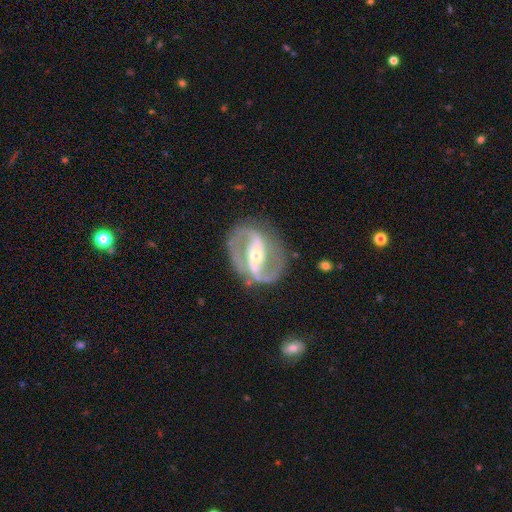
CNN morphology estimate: A featured or disk galaxy (89%) with a strong bar (47%), 2 (92%) medium (56%) spiral arms (94%) and a small central bulge (49%).

Vote fractions:
- Smooth or featured? featured or disk: 89% / smooth: 6% / star or artifact: 5%
- Edge-on disk? no: 96% / yes: 4%
- Bar? strong: 47% / weak: 28% / no: 25%
- Spiral arms? yes: 94% / no: 6%
- Spiral winding? medium: 56% / tight: 22% / loose: 22%
- Spiral arm count? 2: 92% / can't tell: 3% / 1: 2% / 3: 1% / 4: 1% / more than 4: 1%
- Bulge size? small: 49% / moderate: 46% / large: 3% / none: 1% / dominant: 1%
- Merging? none: 78% / minor disturbance: 13% / major disturbance: 7% / merger: 2%